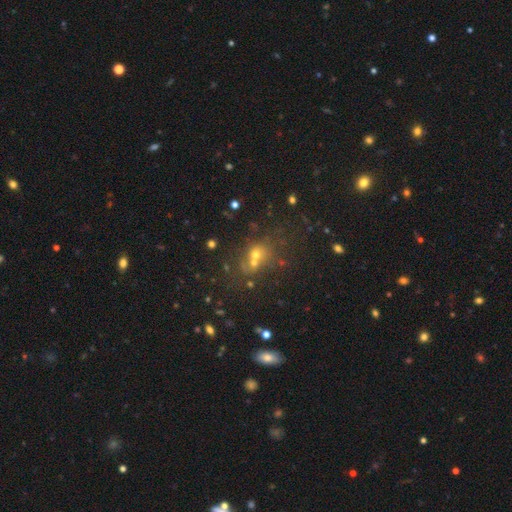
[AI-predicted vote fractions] smooth 52%, star or artifact 30%, featured or disk 18%. Down the decision tree: how rounded — round (66%); merging — none (43%).